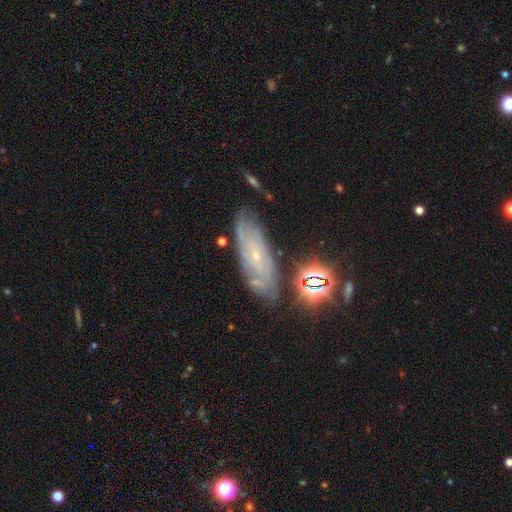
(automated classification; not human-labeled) Smooth or featured?
  - featured or disk: 71% *
  - smooth: 16%
  - star or artifact: 13%
Edge-on disk?
  - no: 87% *
  - yes: 13%
Bar?
  - no: 71% *
  - weak: 23%
  - strong: 6%
Spiral arms?
  - yes: 89% *
  - no: 11%
Spiral winding?
  - tight: 69% *
  - medium: 24%
  - loose: 7%
Spiral arm count?
  - can't tell: 55% *
  - 2: 18%
  - 3: 10%
  - 4: 8%
  - more than 4: 5%
  - 1: 4%
Bulge size?
  - small: 83% *
  - moderate: 12%
  - none: 3%
  - large: 1%
  - dominant: 1%
Merging?
  - none: 73% *
  - minor disturbance: 18%
  - major disturbance: 5%
  - merger: 4%